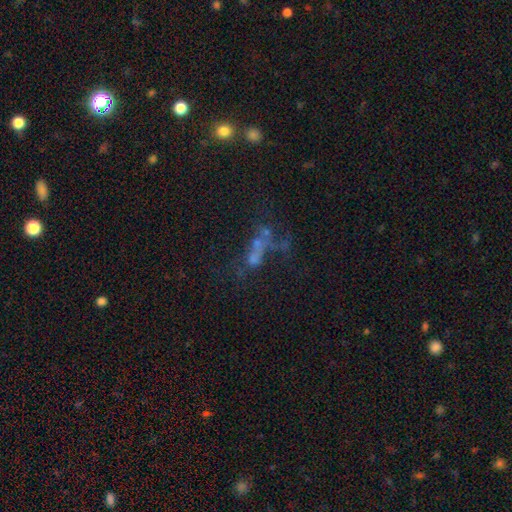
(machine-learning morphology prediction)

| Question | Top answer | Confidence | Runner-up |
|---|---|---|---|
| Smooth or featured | featured or disk | 40% | smooth (32%) |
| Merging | merger | 38% | major disturbance (27%) |